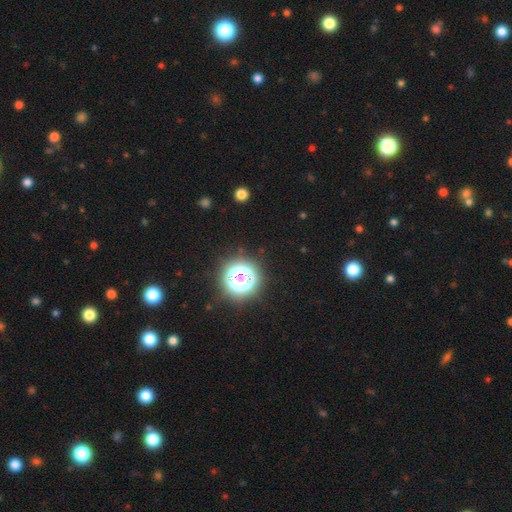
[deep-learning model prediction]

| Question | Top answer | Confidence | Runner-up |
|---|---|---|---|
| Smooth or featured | star or artifact | 76% | smooth (18%) |